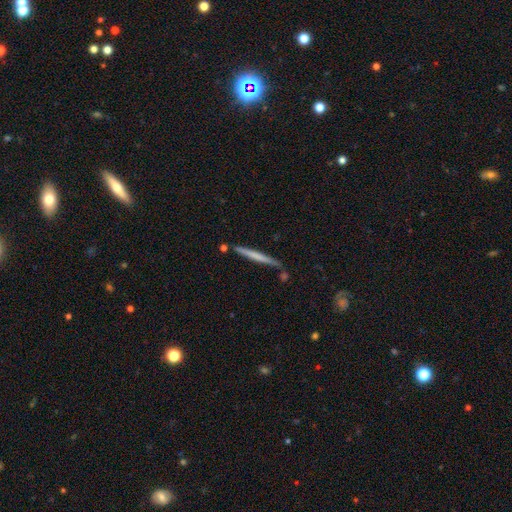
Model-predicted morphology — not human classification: This appears to be a smooth galaxy with no disk features (54%) that is cigar-shaped (97%). Merging: none (79%).